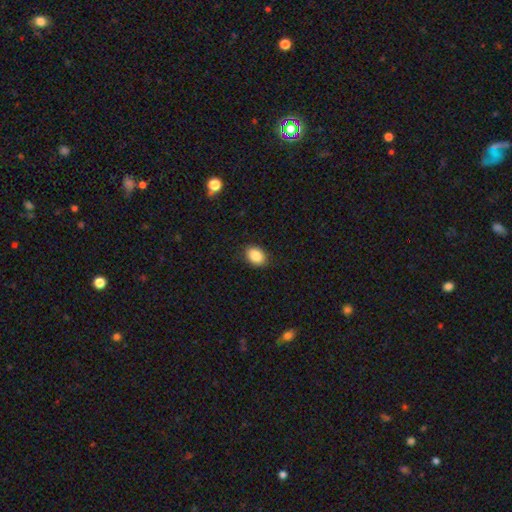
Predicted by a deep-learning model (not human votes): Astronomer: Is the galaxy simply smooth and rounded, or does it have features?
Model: smooth — 88%.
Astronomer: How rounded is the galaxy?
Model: in between — 76%.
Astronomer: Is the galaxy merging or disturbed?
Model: none — 87%.